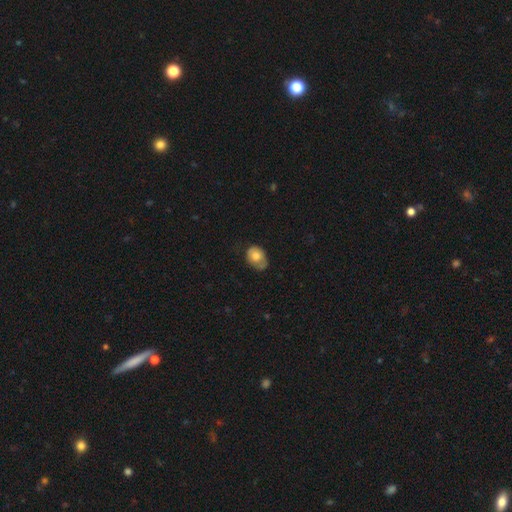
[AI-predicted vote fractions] Smooth or featured: smooth — 70% (featured or disk — 22%)
How rounded: in between — 63% (round — 36%)
Merging: none — 44% (minor disturbance — 38%)